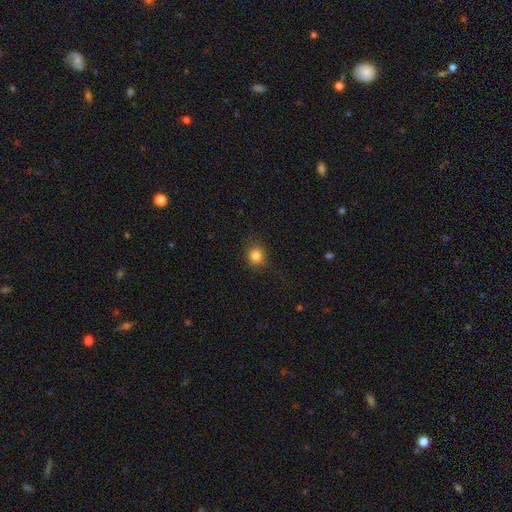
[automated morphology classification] This is clearly a smooth galaxy (82%). How rounded: likely round (79%). Merging: likely none (80%).